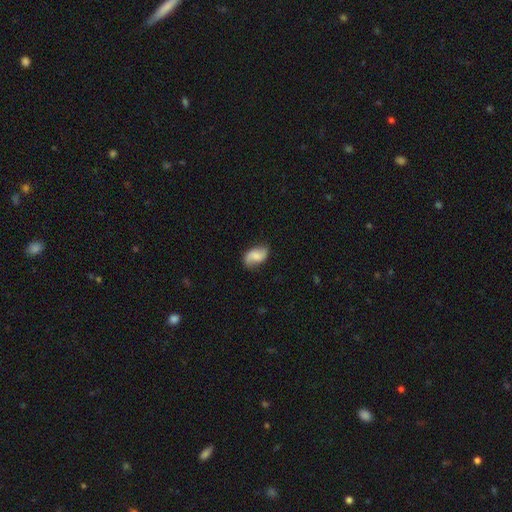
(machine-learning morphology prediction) A featured or disk galaxy (46%, tied with smooth). Merging: none (74%).